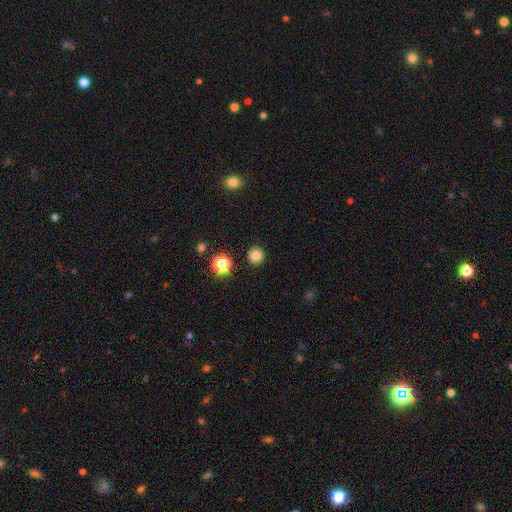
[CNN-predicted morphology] Smooth or featured? smooth (81%)
How rounded? round (94%)
Merging? none (92%)